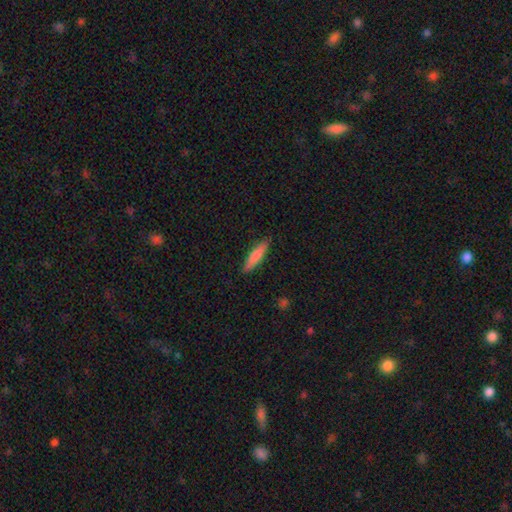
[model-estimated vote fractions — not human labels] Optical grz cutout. It shows a smooth galaxy with no disk features (78%) that is cigar-shaped (82%). Merging: none (88%).